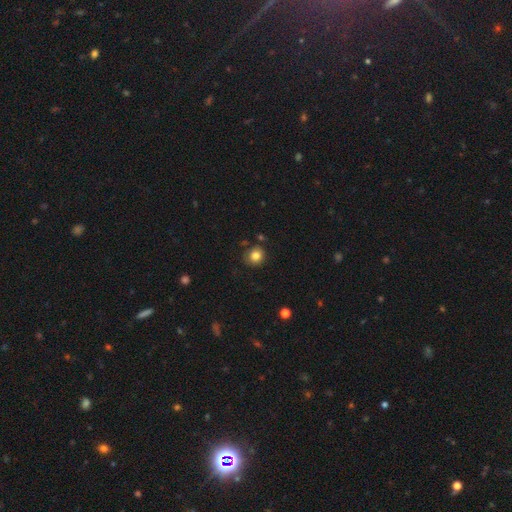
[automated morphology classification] type=smooth (82%); roundness=round (84%); merging=none (83%).